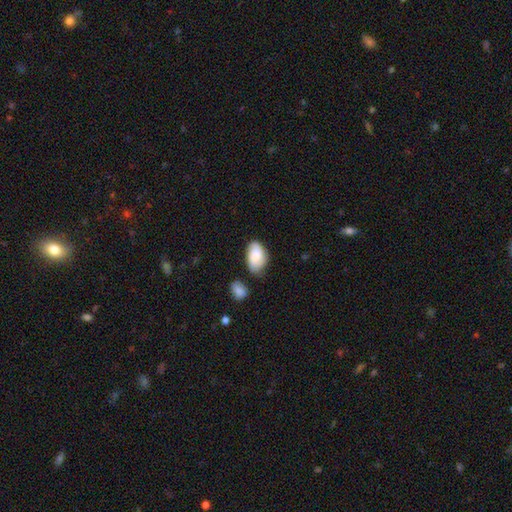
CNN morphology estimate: Smooth or featured? smooth (76%)
How rounded? in between (92%)
Merging? none (55%)